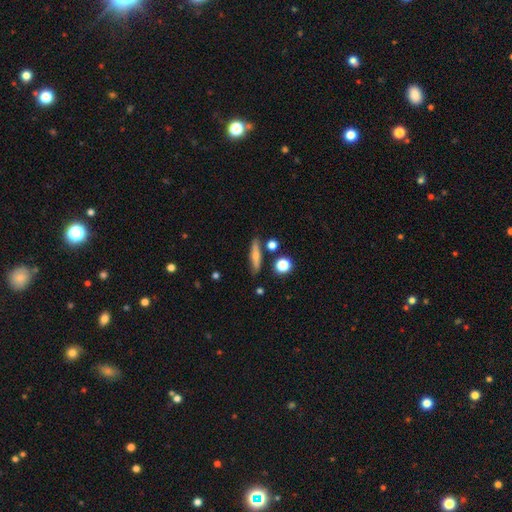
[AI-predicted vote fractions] smooth-or-featured: smooth: 58% | featured or disk: 33% | star or artifact: 8%
  how-rounded: cigar-shaped: 75% | in between: 19% | round: 6%
  merging: none: 81% | minor disturbance: 11% | merger: 5% | major disturbance: 3%